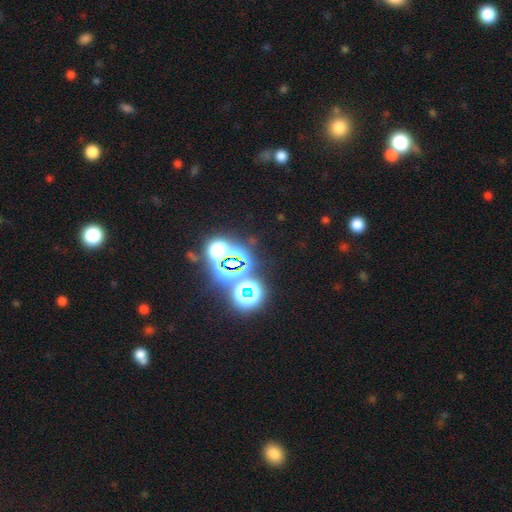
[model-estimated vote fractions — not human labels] A star or artifact, not a galaxy (78%).

Vote fractions:
- Smooth or featured? star or artifact: 78% / smooth: 14% / featured or disk: 8%